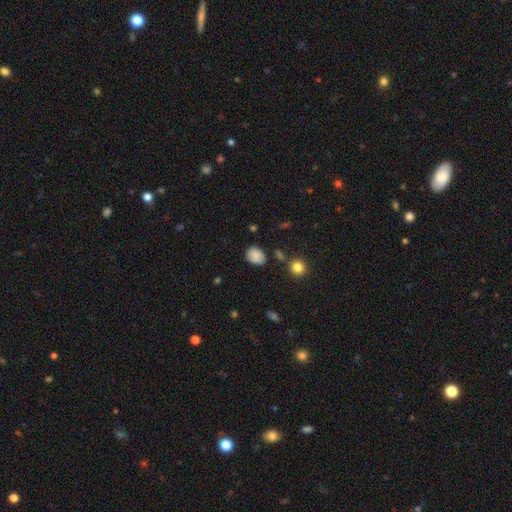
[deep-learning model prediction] This appears to be a smooth galaxy with no disk features (84%) that is in between round and cigar-shaped (59%). Merging: none (75%).